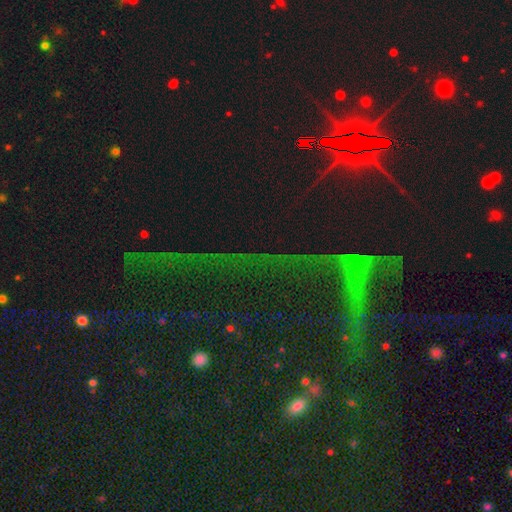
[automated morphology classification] star or artifact 78%, featured or disk 11%, smooth 11%.